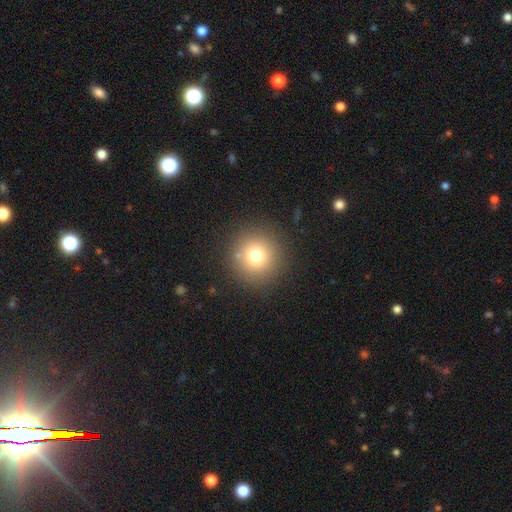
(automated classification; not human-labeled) Smooth or featured: smooth — 74% (star or artifact — 15%)
How rounded: round — 95% (in between — 4%)
Merging: none — 89% (minor disturbance — 6%)